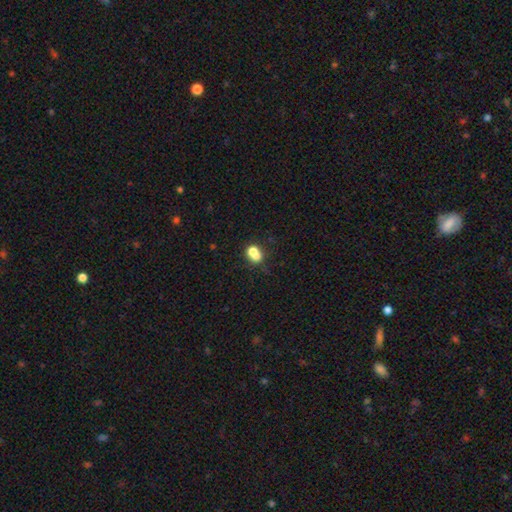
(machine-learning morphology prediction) Smooth or featured: smooth — 69% (featured or disk — 19%)
How rounded: round — 53% (in between — 45%)
Merging: merger — 55% (none — 30%)